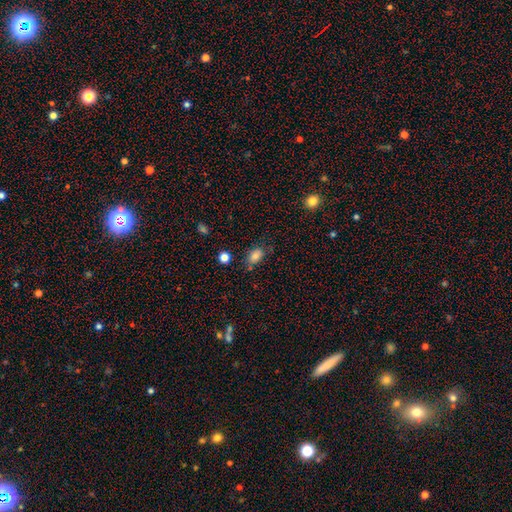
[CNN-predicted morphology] The model was most divided on "merging": none: 71%, minor disturbance: 19%, merger: 6%, major disturbance: 5%. More confident: how rounded — in between (85%); smooth or featured — smooth (82%).